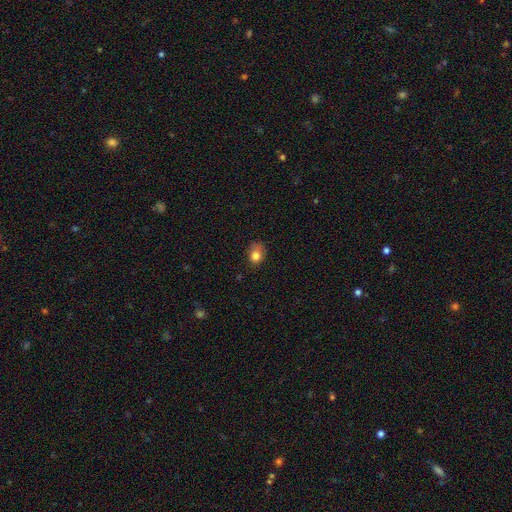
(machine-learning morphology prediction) Smooth or featured: smooth — 80% (star or artifact — 11%)
How rounded: round — 53% (in between — 46%)
Merging: none — 55% (minor disturbance — 32%)